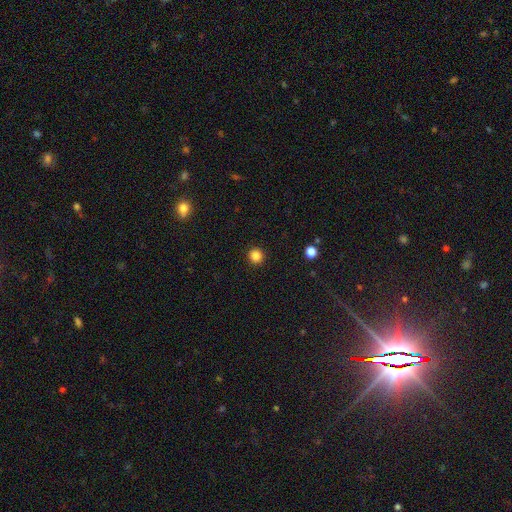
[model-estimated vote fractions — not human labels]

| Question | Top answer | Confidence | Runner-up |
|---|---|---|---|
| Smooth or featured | smooth | 85% | star or artifact (11%) |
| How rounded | round | 95% | in between (4%) |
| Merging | none | 93% | minor disturbance (4%) |